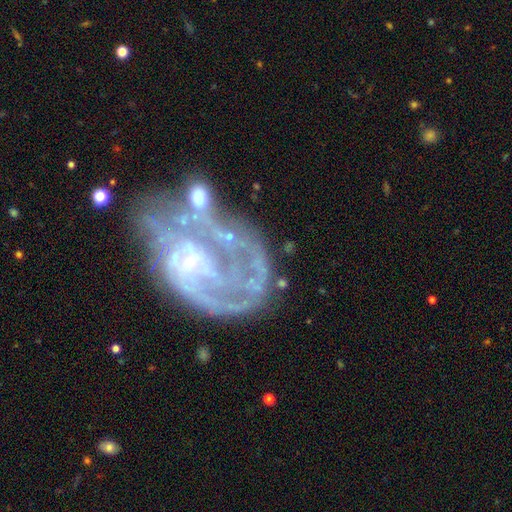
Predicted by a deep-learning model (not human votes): featured or disk 78%, smooth 12%, star or artifact 10%. Down the decision tree: edge-on disk — no (98%); bar — no (70%); spiral arms — yes (63%); bulge size — none (43%); merging — major disturbance (36%).